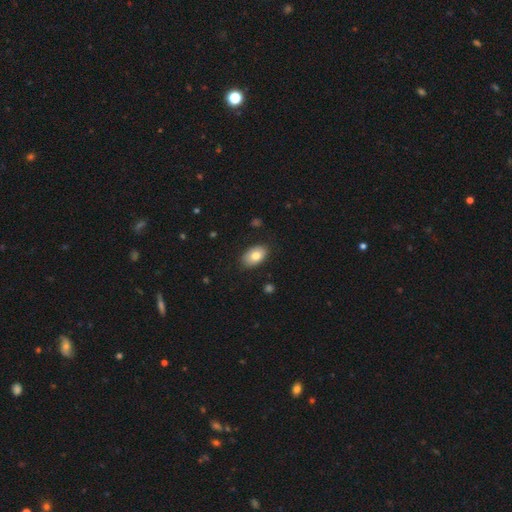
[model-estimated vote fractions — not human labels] Morphology: type=smooth (79%); roundness=in between (92%); merging=none (85%).